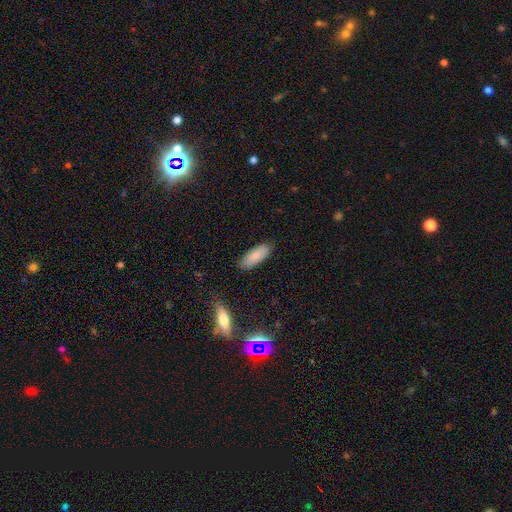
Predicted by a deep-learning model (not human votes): smooth_or_featured: smooth (p=0.84) [alt: featured or disk p=0.10]
how_rounded: in between (p=0.78) [alt: cigar-shaped p=0.21]
merging: none (p=0.85) [alt: minor disturbance p=0.11]